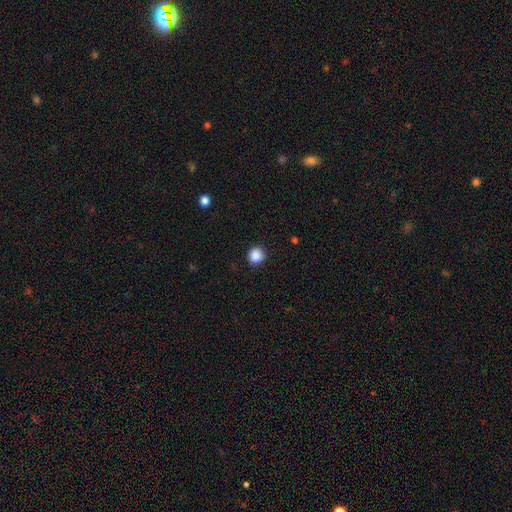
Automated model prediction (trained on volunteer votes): This appears to be a smooth galaxy with no disk features (87%) that is round (90%). Merging: none (87%).